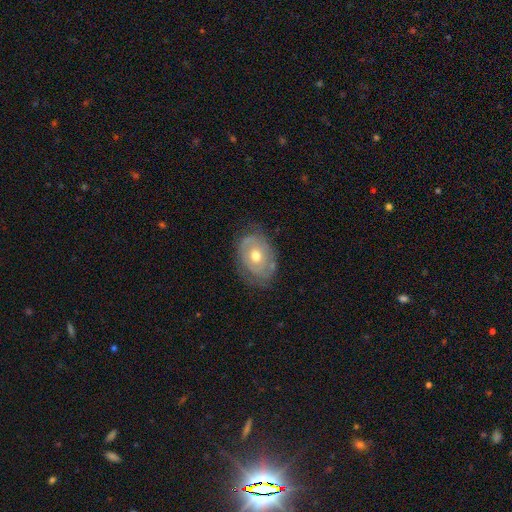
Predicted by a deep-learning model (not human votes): smooth_or_featured: featured or disk (p=0.62) [alt: smooth p=0.31]
disk_edge_on: no (p=0.94) [alt: yes p=0.06]
bar: no (p=0.83) [alt: weak p=0.13]
has_spiral_arms: yes (p=0.52) [alt: no p=0.48]
bulge_size: moderate (p=0.77) [alt: small p=0.15]
merging: none (p=0.69) [alt: minor disturbance p=0.22]